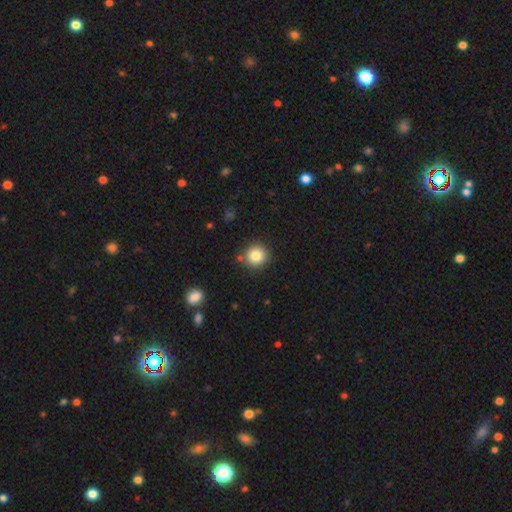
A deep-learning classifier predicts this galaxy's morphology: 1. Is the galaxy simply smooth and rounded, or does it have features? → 83% smooth, 11% star or artifact, 6% featured or disk.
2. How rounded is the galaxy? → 93% round, 6% in between, 1% cigar-shaped.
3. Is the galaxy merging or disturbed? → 86% none, 8% minor disturbance, 4% merger, 2% major disturbance.